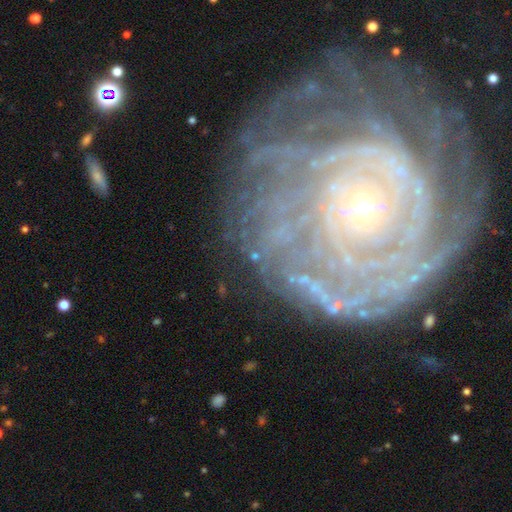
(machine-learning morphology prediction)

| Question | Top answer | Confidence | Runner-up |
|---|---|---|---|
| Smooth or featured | featured or disk | 68% | star or artifact (19%) |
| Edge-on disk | no | 94% | yes (6%) |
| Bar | no | 52% | weak (27%) |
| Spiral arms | yes | 89% | no (11%) |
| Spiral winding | tight | 74% | medium (19%) |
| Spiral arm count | can't tell | 32% | 3 (15%) |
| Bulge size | small | 60% | moderate (22%) |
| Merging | none | 69% | minor disturbance (16%) |